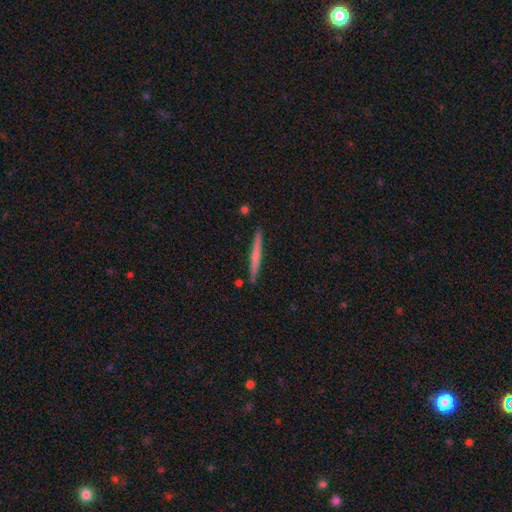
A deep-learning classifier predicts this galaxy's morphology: Smooth or featured? smooth (48%)
Merging? none (89%)